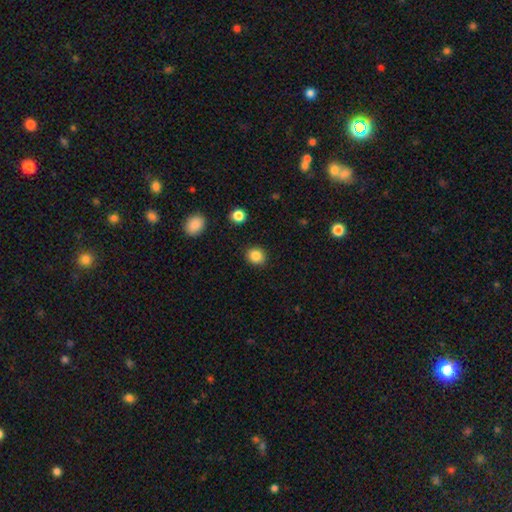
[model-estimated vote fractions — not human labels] Overall: smooth (85%). How rounded: round (69%; in between 30%). Merging: none (89%).